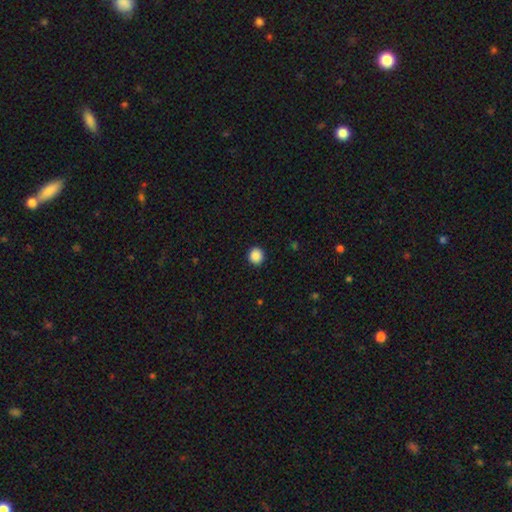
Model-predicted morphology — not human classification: smooth_or_featured: smooth (p=0.88) [alt: star or artifact p=0.09]
how_rounded: round (p=0.91) [alt: in between p=0.08]
merging: none (p=0.92) [alt: minor disturbance p=0.05]